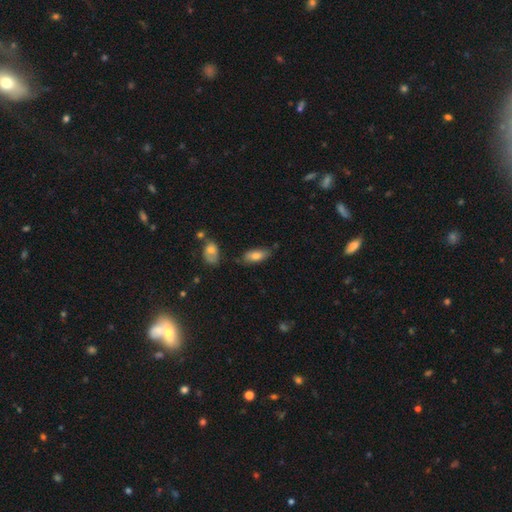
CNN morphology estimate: Smooth or featured? smooth (76%)
How rounded? in between (79%)
Merging? none (67%)